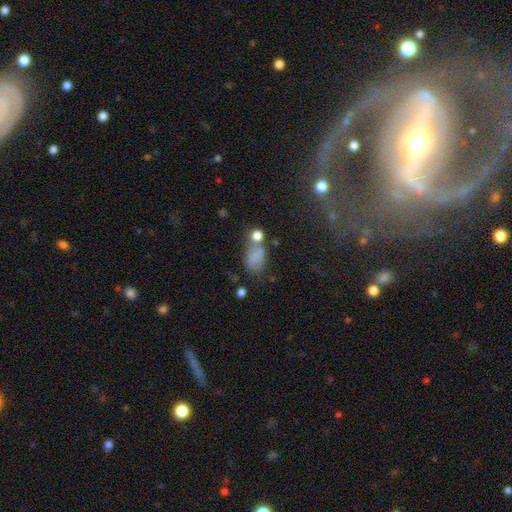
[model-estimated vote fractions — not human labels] This appears to be a smooth galaxy with no disk features (70%) that is in between round and cigar-shaped (81%). Merging: none (40%).